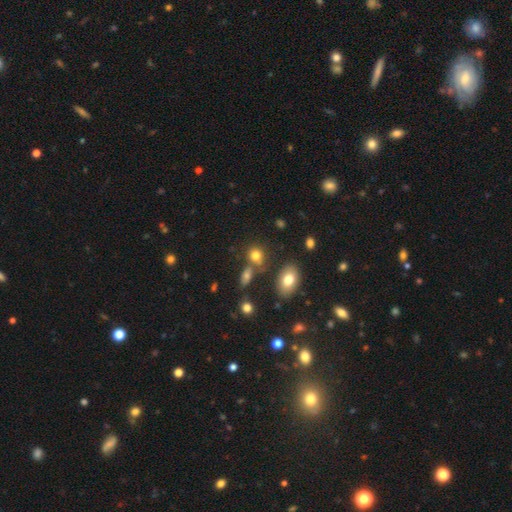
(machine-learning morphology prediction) Overall: smooth (79%). How rounded: round (64%; in between 34%). Merging: none (63%).